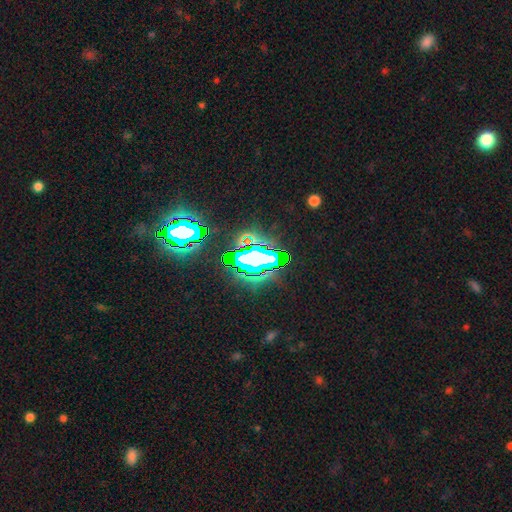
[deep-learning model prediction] star or artifact 67%, smooth 17%, featured or disk 16%.